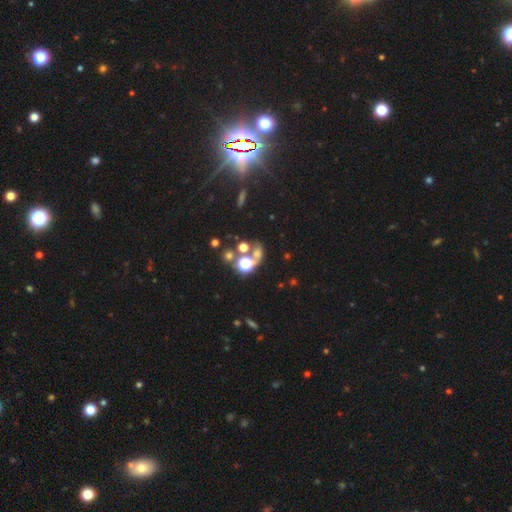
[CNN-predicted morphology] A smooth galaxy with no disk features (46%). Merging: merger (39%).